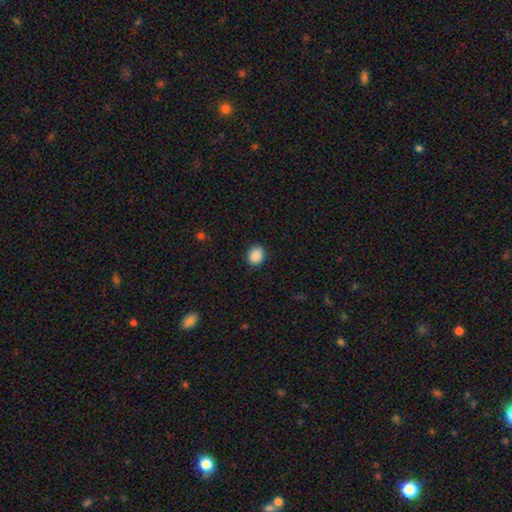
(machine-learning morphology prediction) smooth_or_featured: smooth (p=0.89) [alt: star or artifact p=0.08]
how_rounded: round (p=0.66) [alt: in between p=0.33]
merging: none (p=0.89) [alt: minor disturbance p=0.08]